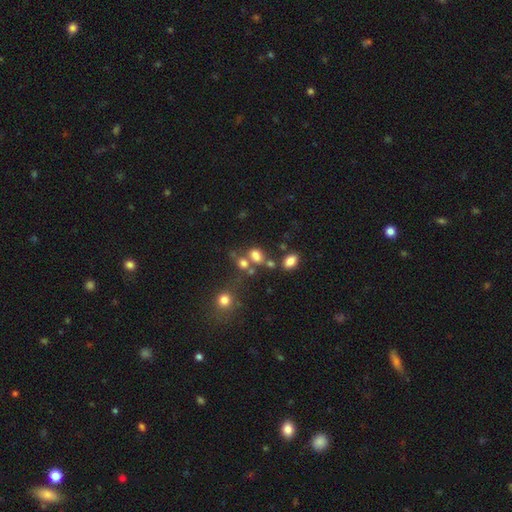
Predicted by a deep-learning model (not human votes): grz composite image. It shows a smooth galaxy with no disk features (73%) that is in between round and cigar-shaped (75%). Merging: none (45%).